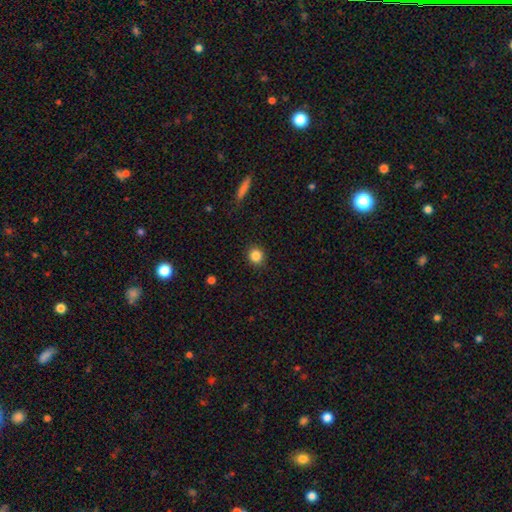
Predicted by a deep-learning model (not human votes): Smooth or featured?
  - smooth: 85% *
  - star or artifact: 11%
  - featured or disk: 5%
How rounded?
  - round: 85% *
  - in between: 14%
  - cigar-shaped: 1%
Merging?
  - none: 89% *
  - minor disturbance: 7%
  - major disturbance: 2%
  - merger: 1%